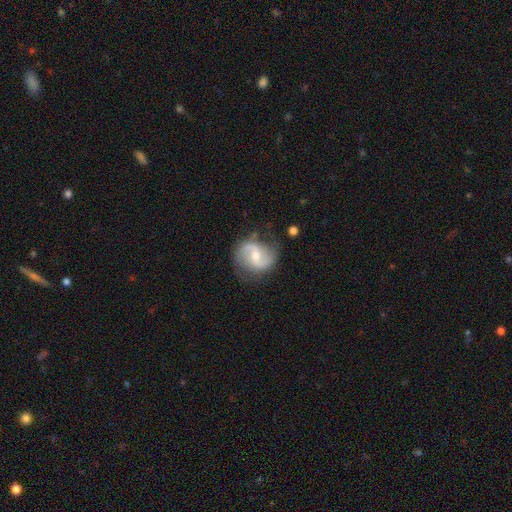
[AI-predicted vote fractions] Smooth or featured? Predicted: featured or disk (p=0.82). Edge-on disk? Predicted: no (p=0.98). Bar? Predicted: weak (p=0.51). Spiral arms? Predicted: yes (p=0.95). Spiral winding? Predicted: loose (p=0.47). Spiral arm count? Predicted: 2 (p=0.91). Bulge size? Predicted: small (p=0.48). Merging? Predicted: none (p=0.73).